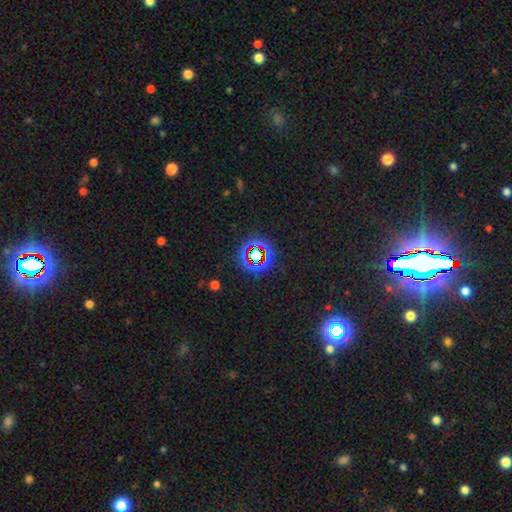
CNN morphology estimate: Smooth or featured?
  - star or artifact: 75% *
  - smooth: 16%
  - featured or disk: 10%